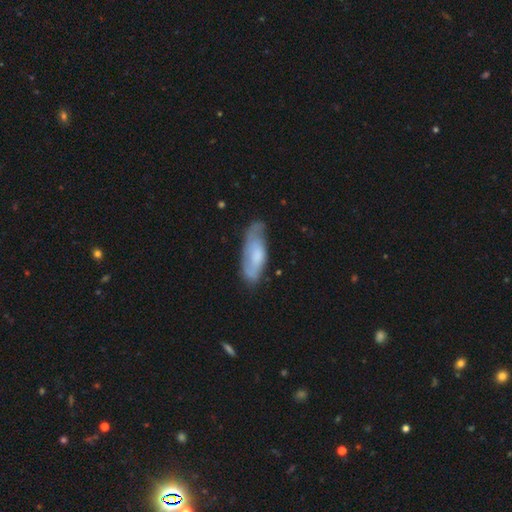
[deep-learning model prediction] The model was most divided on "smooth or featured": smooth: 53%, featured or disk: 40%, star or artifact: 7%. More confident: how rounded — in between (66%); merging — none (59%).